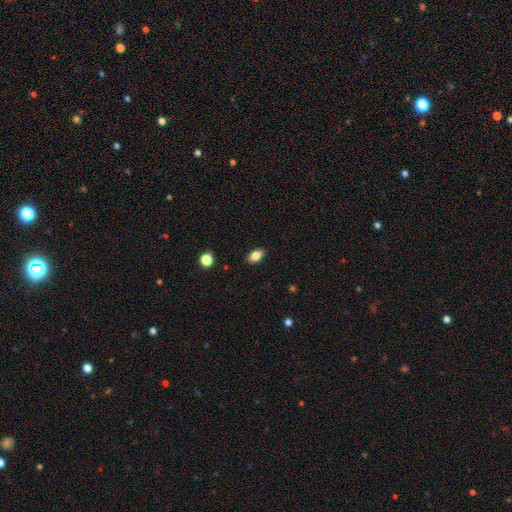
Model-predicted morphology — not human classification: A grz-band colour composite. It shows a smooth galaxy with no disk features (81%) that is in between round and cigar-shaped (88%). Merging: none (89%).